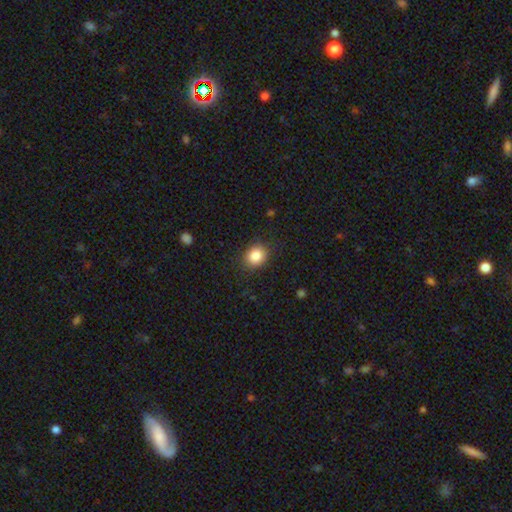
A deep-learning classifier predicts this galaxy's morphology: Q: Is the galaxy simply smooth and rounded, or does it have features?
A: smooth — 85%.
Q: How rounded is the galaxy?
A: round — 65%.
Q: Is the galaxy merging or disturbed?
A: none — 87%.